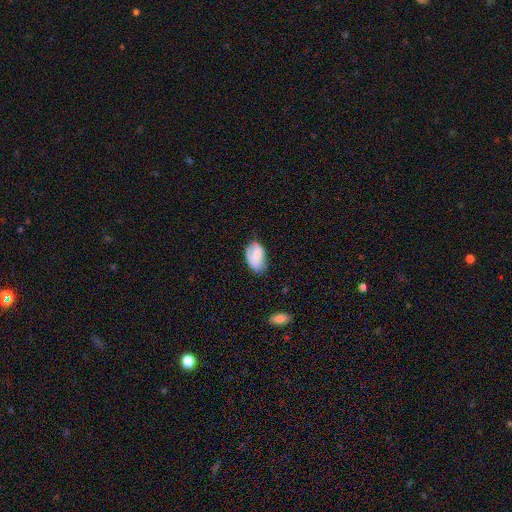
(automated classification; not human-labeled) Smooth or featured: smooth — 72% (featured or disk — 20%)
How rounded: in between — 91% (round — 7%)
Merging: none — 58% (minor disturbance — 32%)